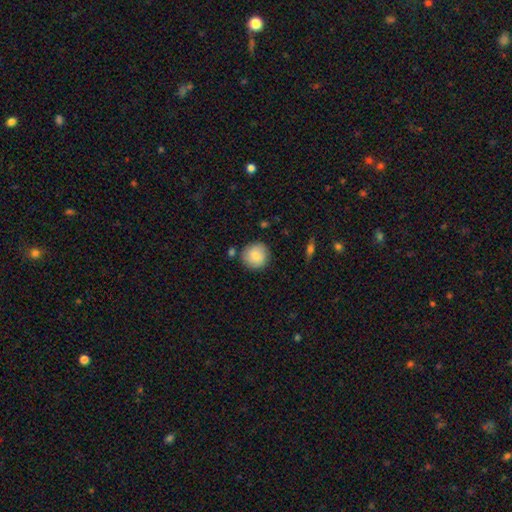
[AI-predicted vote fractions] A smooth galaxy with no disk features (82%) that is round (94%). Merging: none (83%).